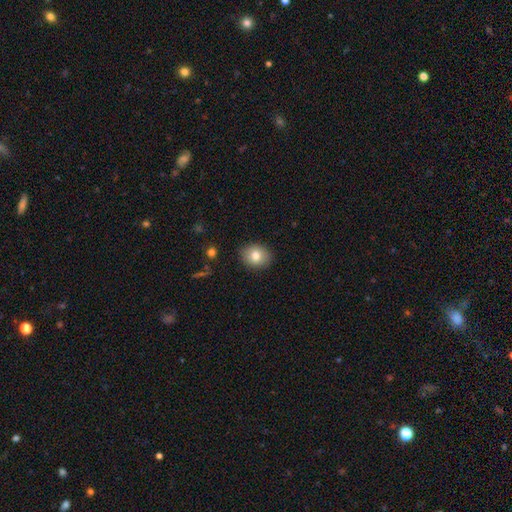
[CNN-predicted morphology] Q: Smooth or featured?
A: smooth (80%); runner-up: featured or disk (11%)
Q: How rounded?
A: in between (50%); runner-up: round (49%)
Q: Merging?
A: none (89%); runner-up: minor disturbance (8%)